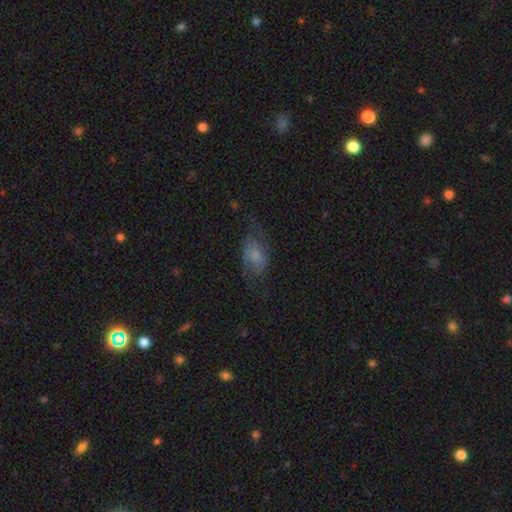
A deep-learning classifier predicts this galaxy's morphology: Smooth or featured: featured or disk — 45% (smooth — 42%)
Merging: none — 57% (minor disturbance — 23%)